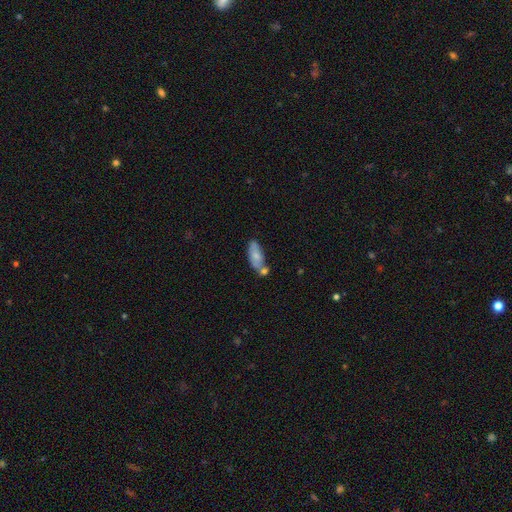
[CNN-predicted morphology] This is likely a smooth galaxy (64%). How rounded: likely in between (78%). Merging: marginally none (42%).